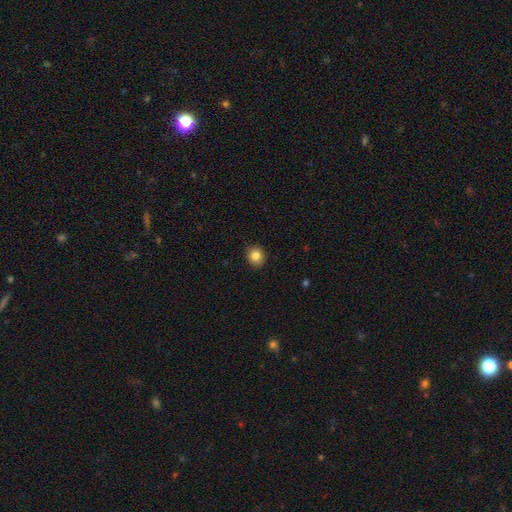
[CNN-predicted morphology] A smooth galaxy with no disk features (84%) that is round (80%). Merging: none (91%).